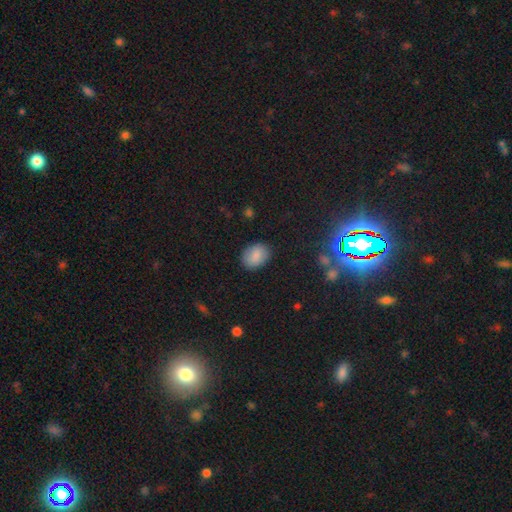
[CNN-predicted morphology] Smooth or featured?
  - smooth: 86% *
  - star or artifact: 8%
  - featured or disk: 6%
How rounded?
  - in between: 76% *
  - round: 23%
  - cigar-shaped: 1%
Merging?
  - none: 86% *
  - minor disturbance: 10%
  - major disturbance: 3%
  - merger: 1%